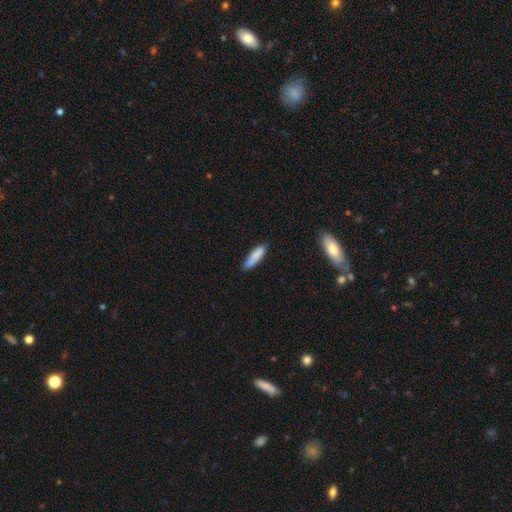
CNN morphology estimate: smooth-or-featured: smooth: 84% | featured or disk: 9% | star or artifact: 6%
  how-rounded: cigar-shaped: 67% | in between: 32% | round: 1%
  merging: none: 72% | minor disturbance: 22% | major disturbance: 4% | merger: 2%